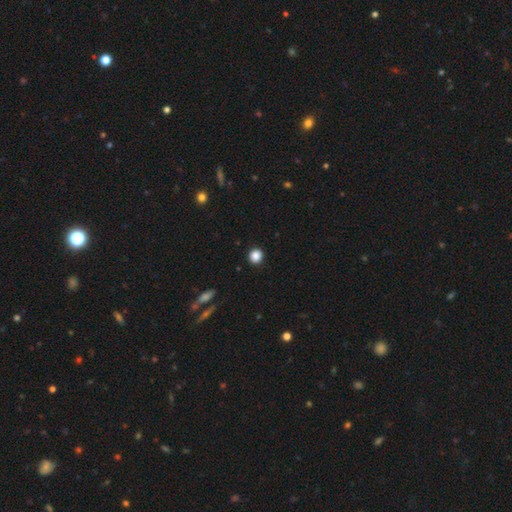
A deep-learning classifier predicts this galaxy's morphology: smooth-or-featured: smooth: 87% | star or artifact: 10% | featured or disk: 3%
  how-rounded: round: 89% | in between: 10% | cigar-shaped: 1%
  merging: none: 92% | minor disturbance: 5% | major disturbance: 2% | merger: 1%